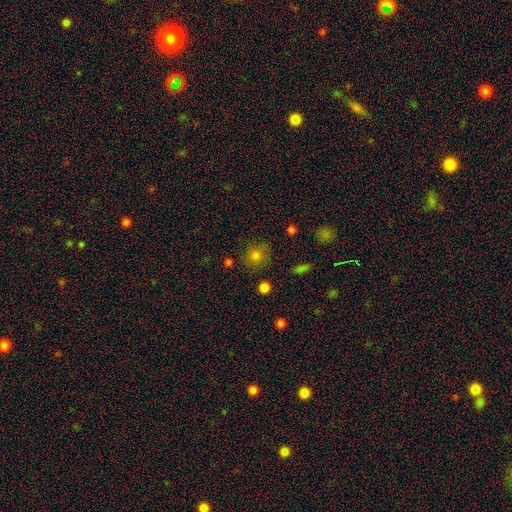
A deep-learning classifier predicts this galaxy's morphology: Overall: smooth (79%). How rounded: round (83%). Merging: none (78%).